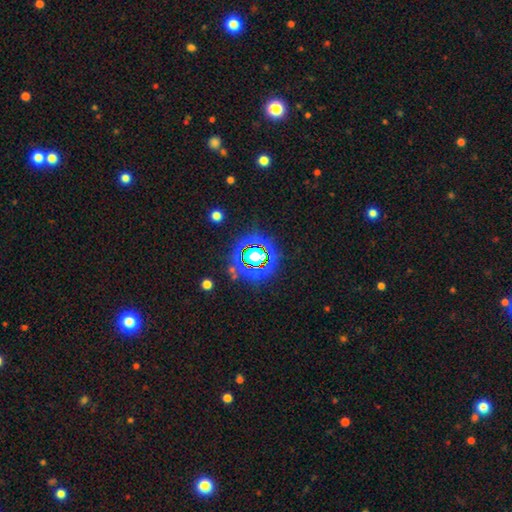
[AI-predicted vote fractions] A star or artifact, not a galaxy (77%).